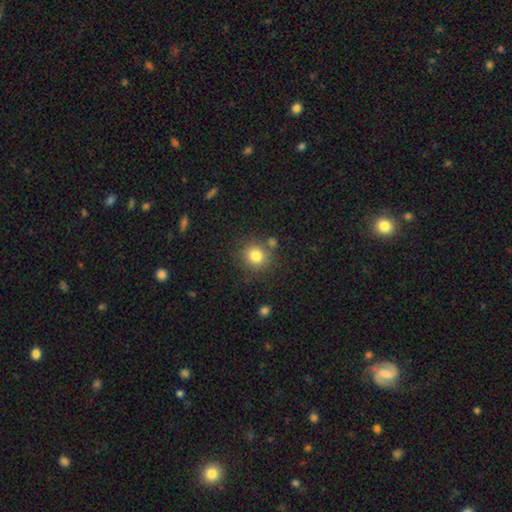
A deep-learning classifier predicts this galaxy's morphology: Q: Smooth or featured?
A: smooth (81%); runner-up: star or artifact (12%)
Q: How rounded?
A: round (87%); runner-up: in between (12%)
Q: Merging?
A: none (79%); runner-up: minor disturbance (10%)